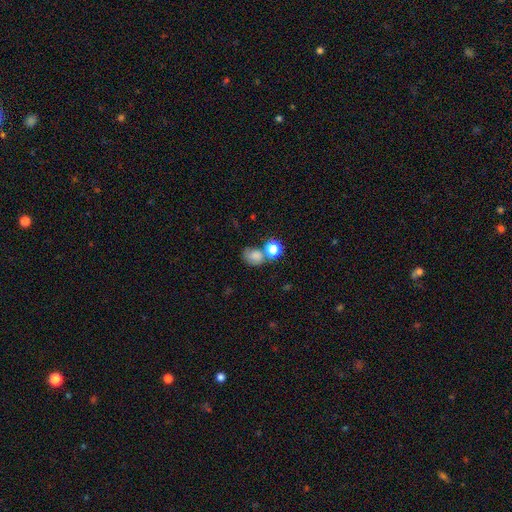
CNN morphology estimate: Smooth or featured? smooth (73%)
How rounded? round (53%)
Merging? none (42%)